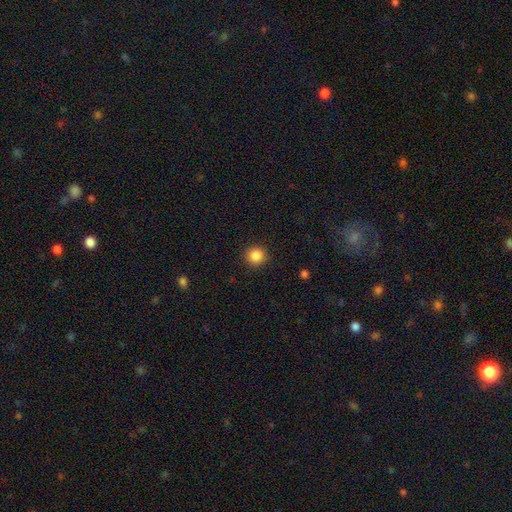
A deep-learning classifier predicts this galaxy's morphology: type=smooth (87%); roundness=round (94%); merging=none (91%).